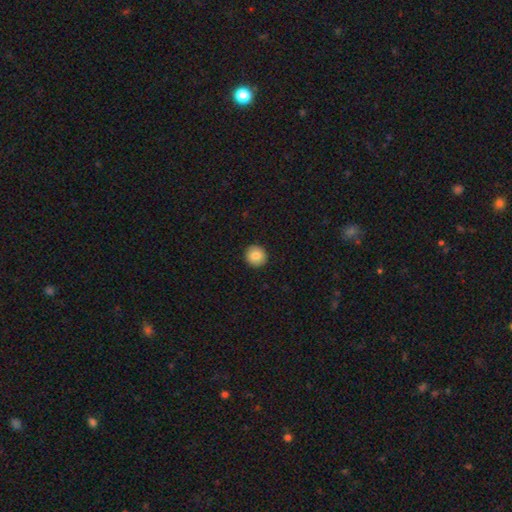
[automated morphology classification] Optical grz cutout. It shows a smooth galaxy with no disk features (85%) that is round (92%). Merging: none (93%).